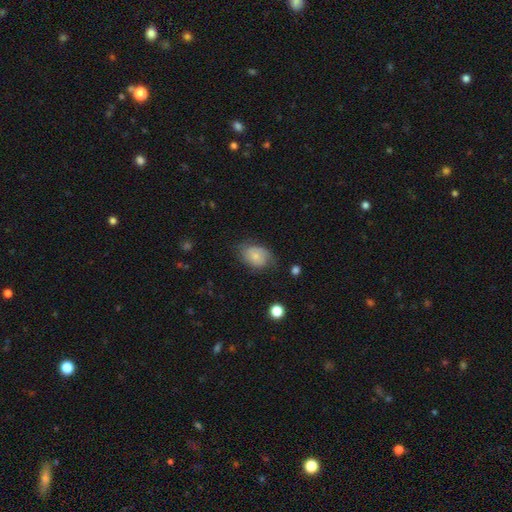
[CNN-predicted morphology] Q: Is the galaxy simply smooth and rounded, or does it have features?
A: smooth — 69%.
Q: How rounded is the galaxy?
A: in between — 71%.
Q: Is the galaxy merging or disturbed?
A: none — 57%.